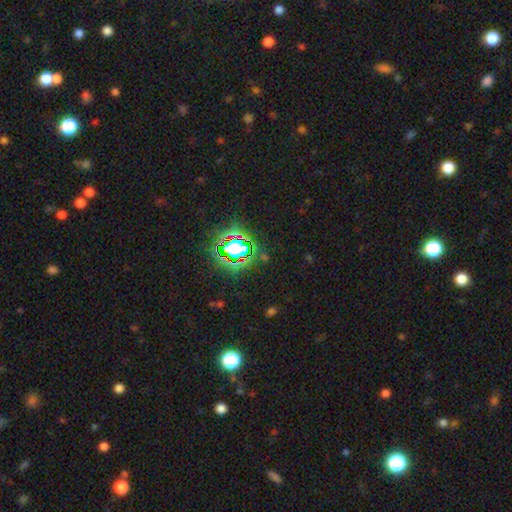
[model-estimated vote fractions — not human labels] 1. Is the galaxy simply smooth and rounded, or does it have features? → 80% star or artifact, 13% smooth, 7% featured or disk.